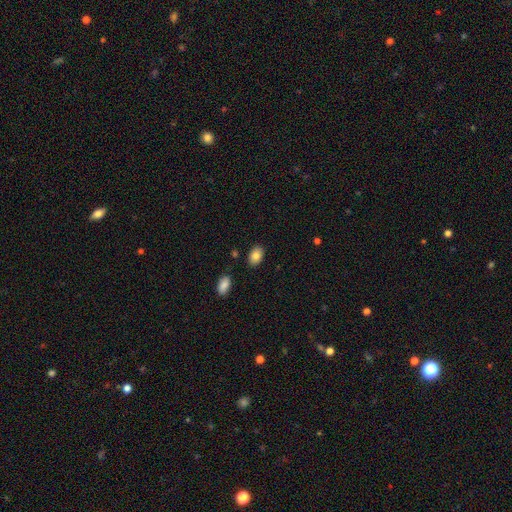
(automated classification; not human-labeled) Overall: smooth (84%). How rounded: in between (87%). Merging: none (85%).